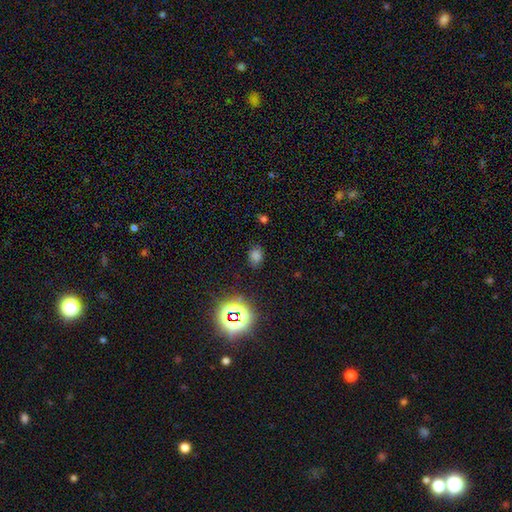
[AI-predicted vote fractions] This is possibly a smooth galaxy (56%). How rounded: likely in between (60%). Merging: clearly none (83%).